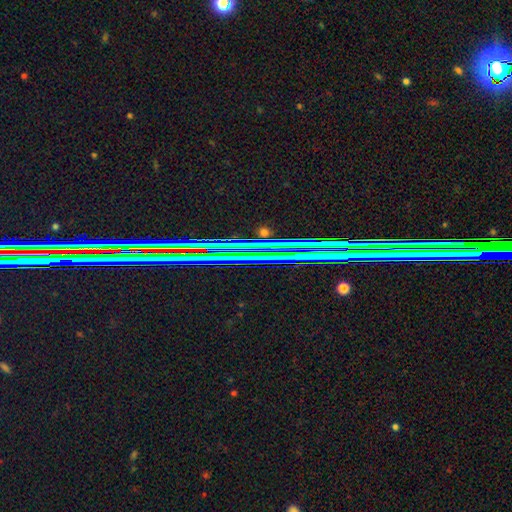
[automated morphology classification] smooth_or_featured: star or artifact (p=0.82) [alt: featured or disk p=0.11]